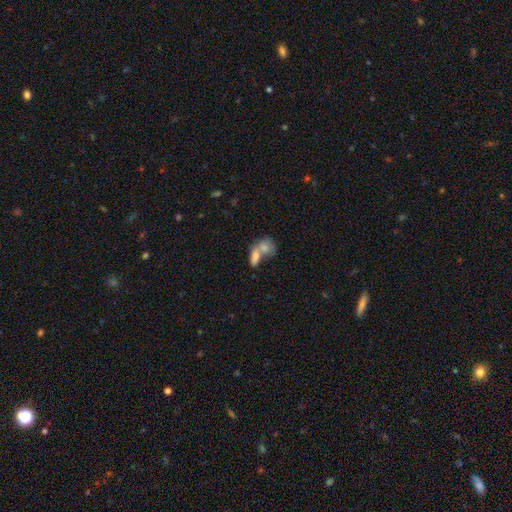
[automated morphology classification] Smooth or featured? smooth (75%)
How rounded? in between (78%)
Merging? merger (68%)